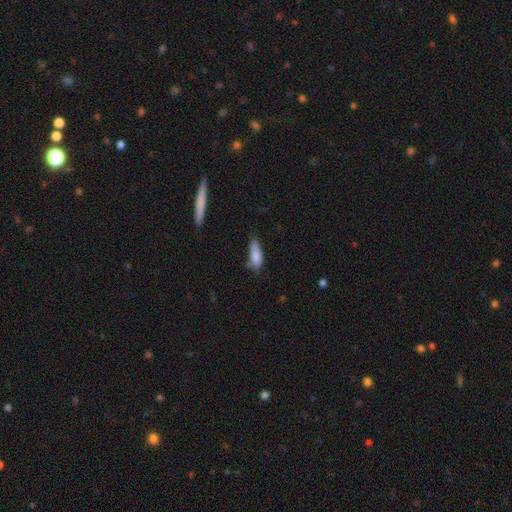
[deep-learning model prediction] Q: Smooth or featured?
A: smooth (84%); runner-up: featured or disk (9%)
Q: How rounded?
A: in between (56%); runner-up: cigar-shaped (42%)
Q: Merging?
A: none (57%); runner-up: minor disturbance (31%)